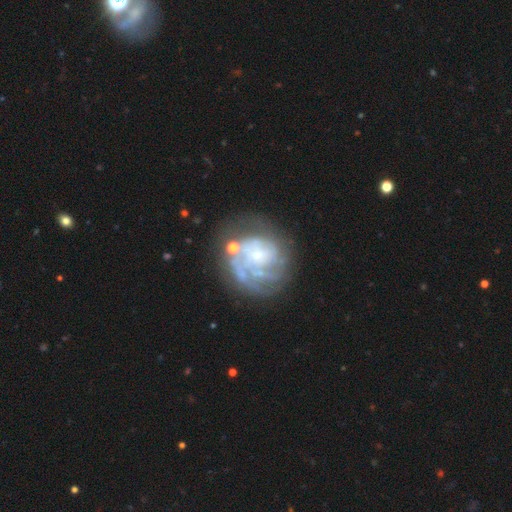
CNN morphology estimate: Smooth or featured? Predicted: featured or disk (p=0.76). Edge-on disk? Predicted: no (p=0.98). Bar? Predicted: no (p=0.74). Spiral arms? Predicted: yes (p=0.77). Spiral winding? Predicted: tight (p=0.58). Spiral arm count? Predicted: can't tell (p=0.45). Bulge size? Predicted: small (p=0.68). Merging? Predicted: none (p=0.53).